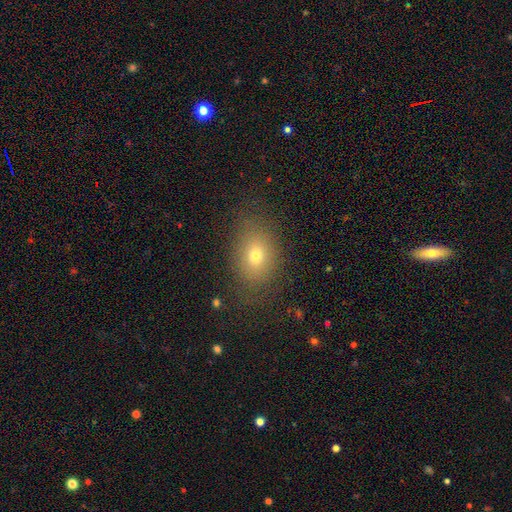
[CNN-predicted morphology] This is likely a smooth galaxy (71%). How rounded: likely in between (69%). Merging: clearly none (80%).